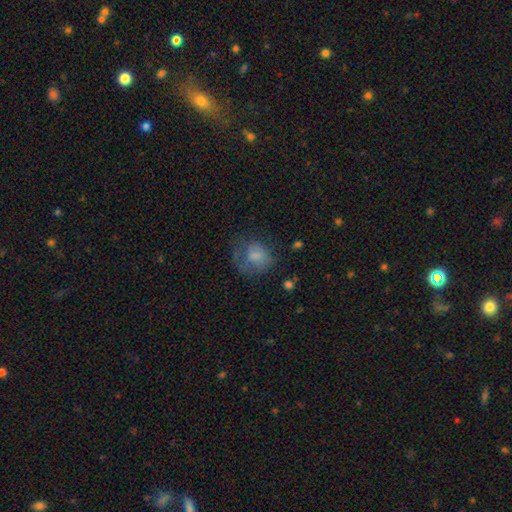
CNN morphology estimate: Q: Smooth or featured?
A: smooth (65%); runner-up: featured or disk (24%)
Q: How rounded?
A: round (63%); runner-up: in between (36%)
Q: Merging?
A: none (39%); runner-up: major disturbance (34%)